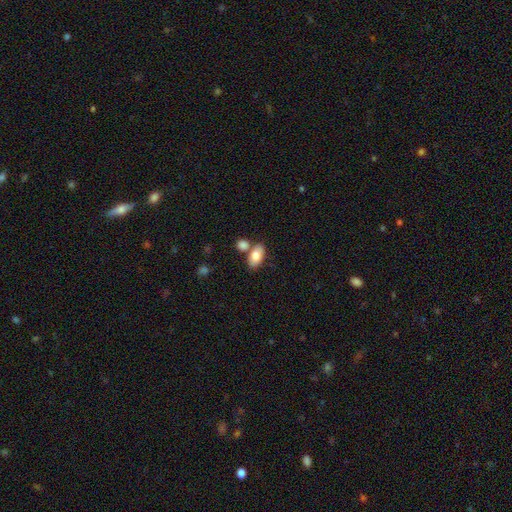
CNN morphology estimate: This appears to be a smooth galaxy with no disk features (79%) that is in between round and cigar-shaped (91%). Merging: none (59%).